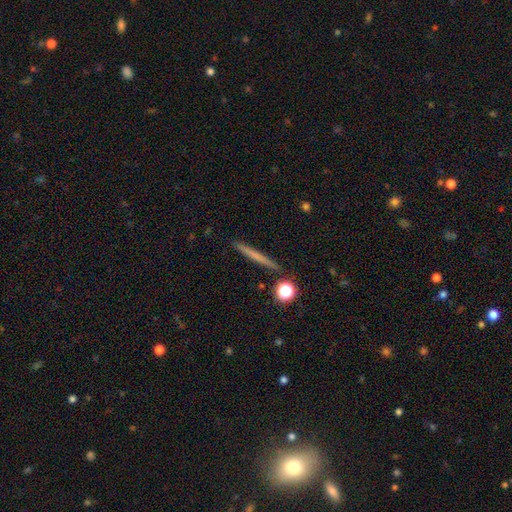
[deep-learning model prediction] A smooth galaxy with no disk features (57%) that is cigar-shaped (95%). Merging: none (91%).